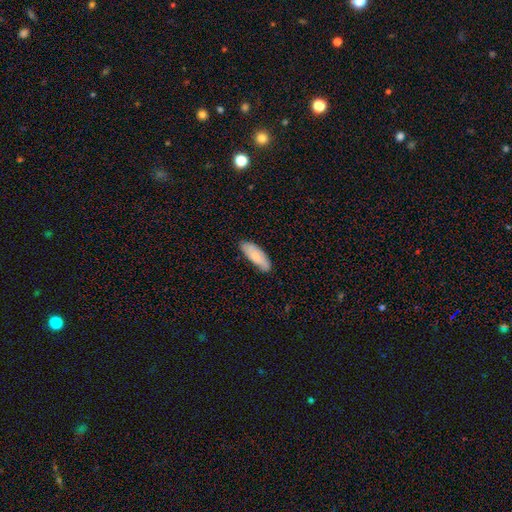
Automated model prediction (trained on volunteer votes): smooth-or-featured: smooth: 79% | featured or disk: 15% | star or artifact: 6%
  how-rounded: in between: 70% | cigar-shaped: 29% | round: 2%
  merging: none: 82% | minor disturbance: 14% | major disturbance: 2% | merger: 1%